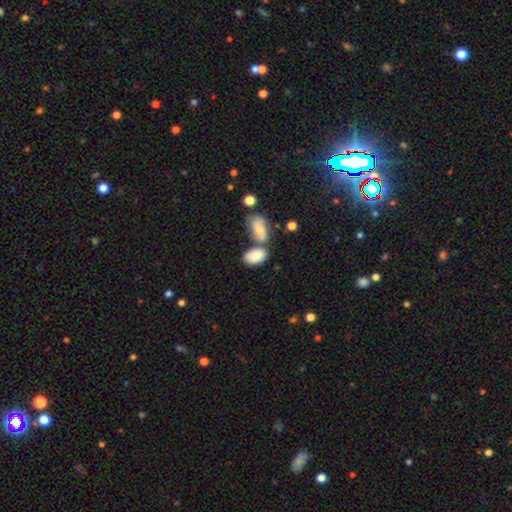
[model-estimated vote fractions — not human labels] smooth 80%, featured or disk 12%, star or artifact 7%. Down the decision tree: how rounded — in between (92%); merging — merger (40%).